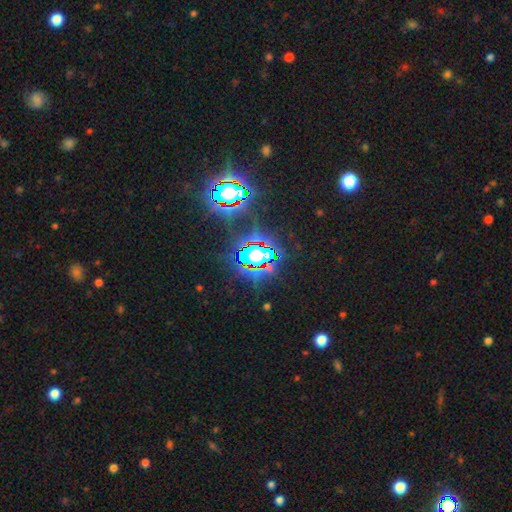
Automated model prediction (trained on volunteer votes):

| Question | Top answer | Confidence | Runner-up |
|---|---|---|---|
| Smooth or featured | star or artifact | 72% | smooth (16%) |